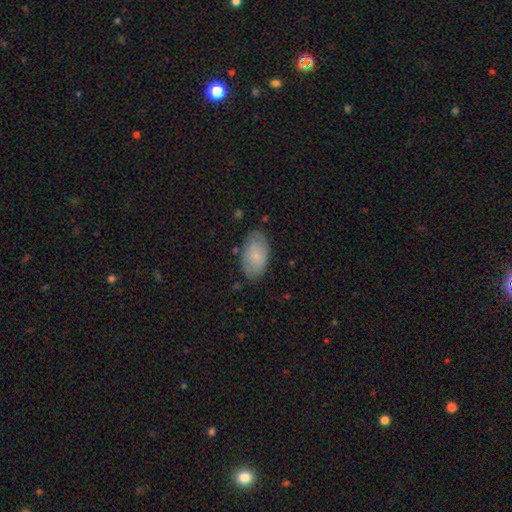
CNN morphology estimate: smooth_or_featured: smooth (p=0.77) [alt: featured or disk p=0.16]
how_rounded: in between (p=0.95) [alt: round p=0.04]
merging: none (p=0.76) [alt: minor disturbance p=0.18]